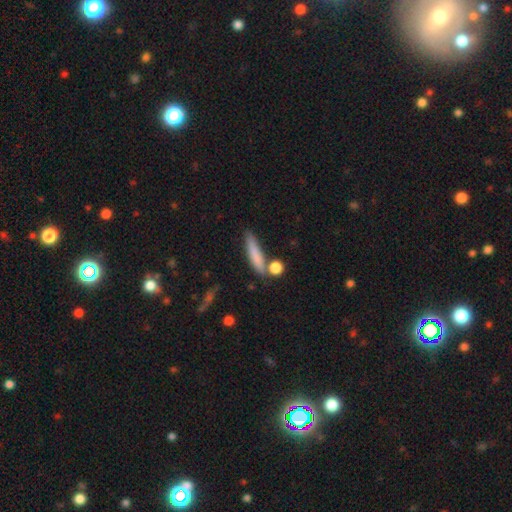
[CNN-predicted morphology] Smooth or featured: smooth — 78% (featured or disk — 15%)
How rounded: cigar-shaped — 83% (in between — 13%)
Merging: none — 71% (minor disturbance — 14%)